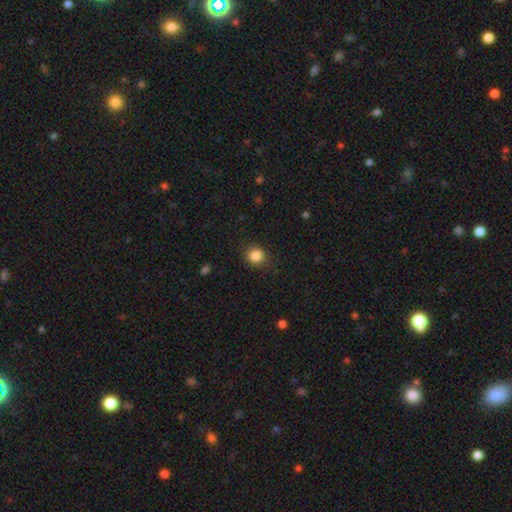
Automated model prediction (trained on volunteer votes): This is clearly a smooth galaxy (86%). How rounded: clearly round (81%). Merging: clearly none (82%).